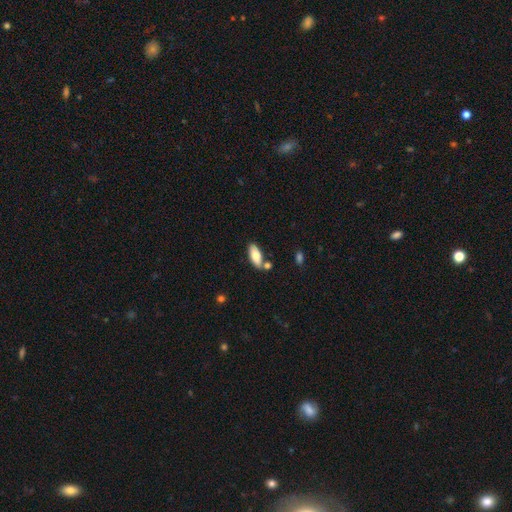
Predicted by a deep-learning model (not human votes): A smooth galaxy with no disk features (78%) that is in between round and cigar-shaped (79%). Merging: none (72%).